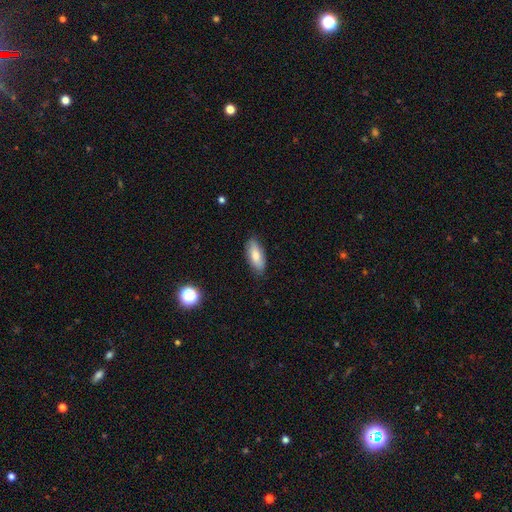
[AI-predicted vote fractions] Smooth or featured? smooth (77%)
How rounded? in between (84%)
Merging? none (83%)